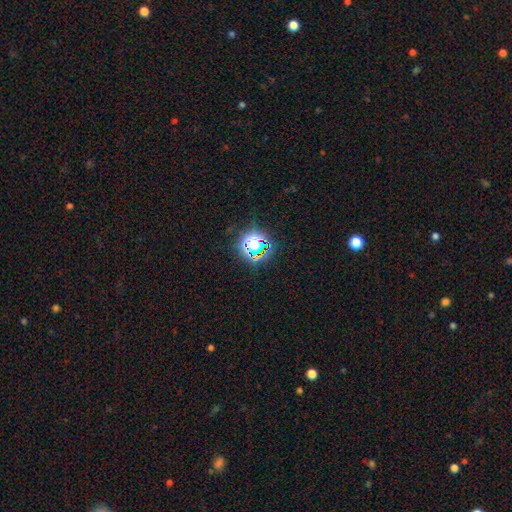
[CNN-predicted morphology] star or artifact 75%, smooth 17%, featured or disk 8%.